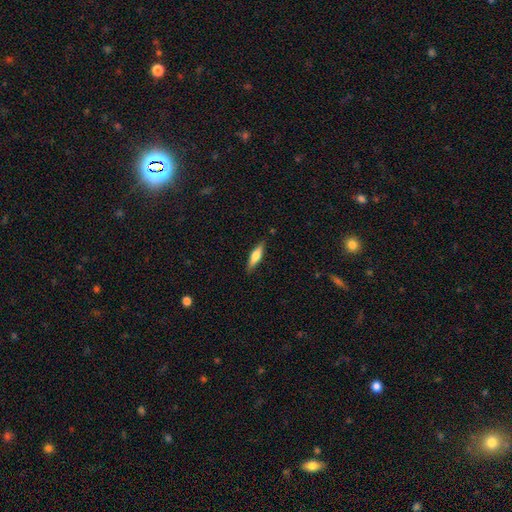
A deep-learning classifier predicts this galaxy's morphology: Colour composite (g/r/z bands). It shows a smooth galaxy with no disk features (65%) that is cigar-shaped (63%). Merging: none (85%).